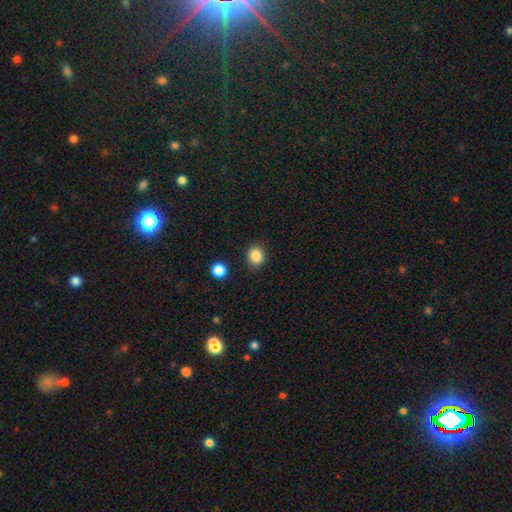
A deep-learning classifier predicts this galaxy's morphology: Smooth or featured?
  - smooth: 86% *
  - star or artifact: 10%
  - featured or disk: 4%
How rounded?
  - round: 76% *
  - in between: 23%
  - cigar-shaped: 1%
Merging?
  - none: 87% *
  - minor disturbance: 8%
  - major disturbance: 3%
  - merger: 2%